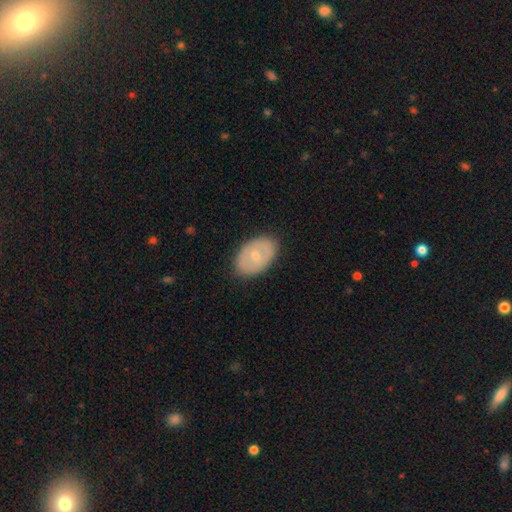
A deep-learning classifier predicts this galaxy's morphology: Smooth or featured?
  - smooth: 53% *
  - featured or disk: 41%
  - star or artifact: 6%
How rounded?
  - in between: 84% *
  - round: 15%
  - cigar-shaped: 1%
Merging?
  - none: 84% *
  - minor disturbance: 12%
  - major disturbance: 3%
  - merger: 1%